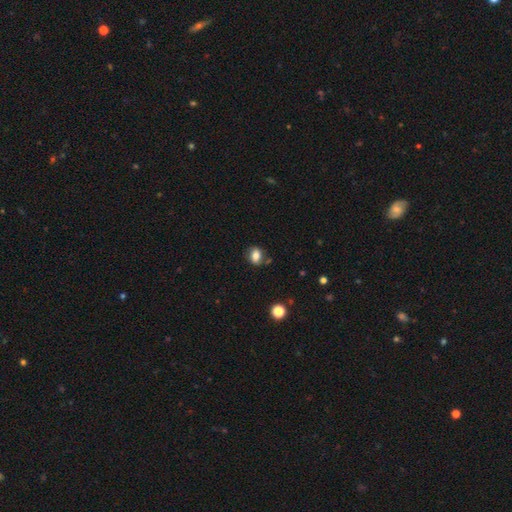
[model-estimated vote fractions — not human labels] smooth_or_featured: smooth (p=0.78) [alt: featured or disk p=0.12]
how_rounded: in between (p=0.60) [alt: round p=0.38]
merging: none (p=0.77) [alt: minor disturbance p=0.15]